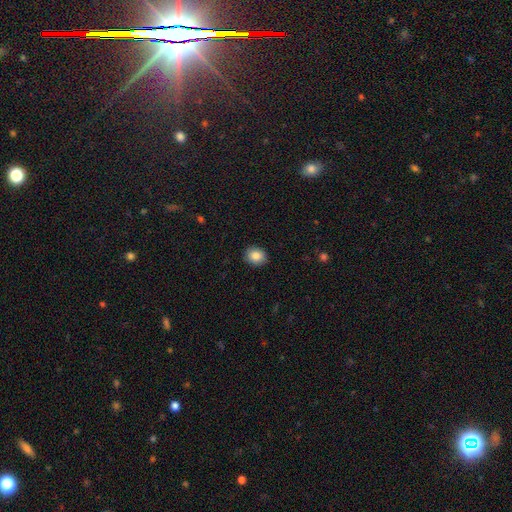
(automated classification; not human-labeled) This appears to be a smooth galaxy with no disk features (87%) that is round (56%). Merging: none (89%).